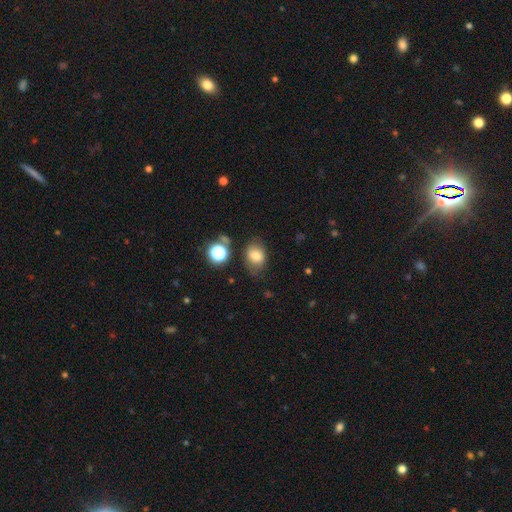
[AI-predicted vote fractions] Morphology: type=smooth (77%); roundness=in between (61%); merging=none (71%).